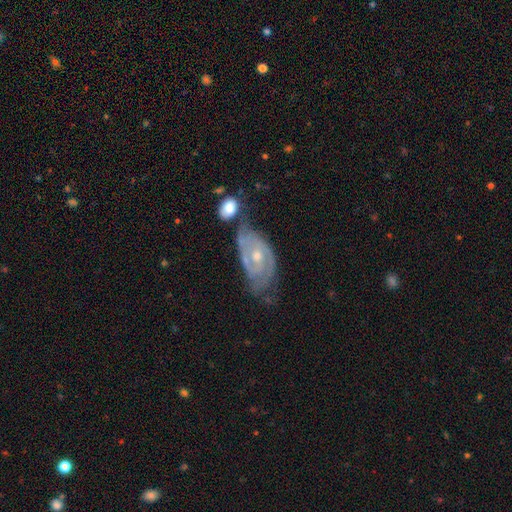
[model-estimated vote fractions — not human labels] smooth-or-featured: featured or disk: 83% | smooth: 11% | star or artifact: 6%
  disk-edge-on: no: 95% | yes: 5%
    bar: no: 61% | weak: 32% | strong: 7%
    has-spiral-arms: yes: 91% | no: 9%
      spiral-winding: tight: 62% | medium: 30% | loose: 8%
      spiral-arm-count: 2: 54% | can't tell: 28% | 3: 8% | 1: 5% | 4: 3% | more than 4: 2%
    bulge-size: moderate: 56% | small: 39% | large: 2% | none: 1% | dominant: 1%
  merging: none: 43% | minor disturbance: 26% | merger: 16% | major disturbance: 15%